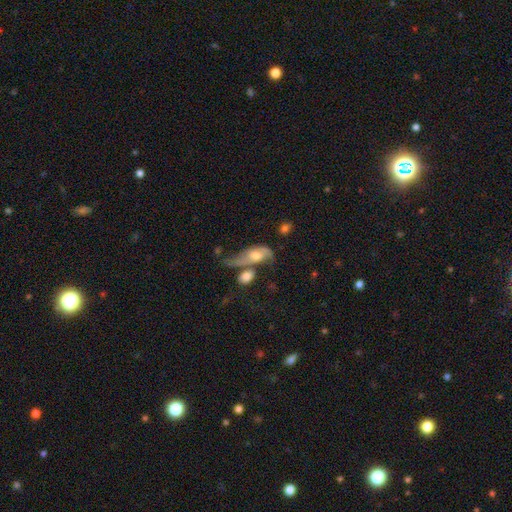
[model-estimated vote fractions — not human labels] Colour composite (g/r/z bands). It shows a featured or disk galaxy (53%). Merging: merger (37%).